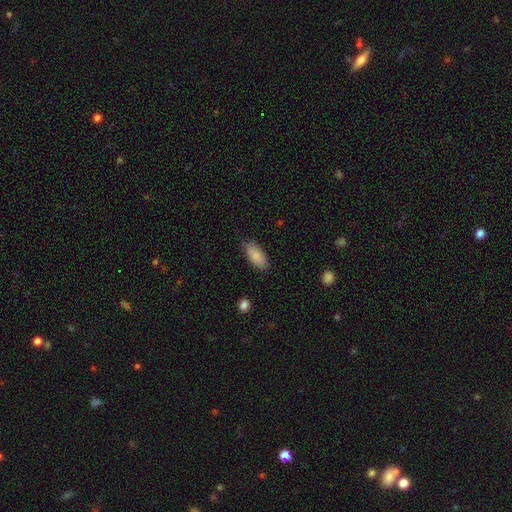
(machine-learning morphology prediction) Smooth or featured?
  - smooth: 88% *
  - star or artifact: 6%
  - featured or disk: 6%
How rounded?
  - in between: 86% *
  - cigar-shaped: 12%
  - round: 2%
Merging?
  - none: 83% *
  - minor disturbance: 13%
  - major disturbance: 3%
  - merger: 1%